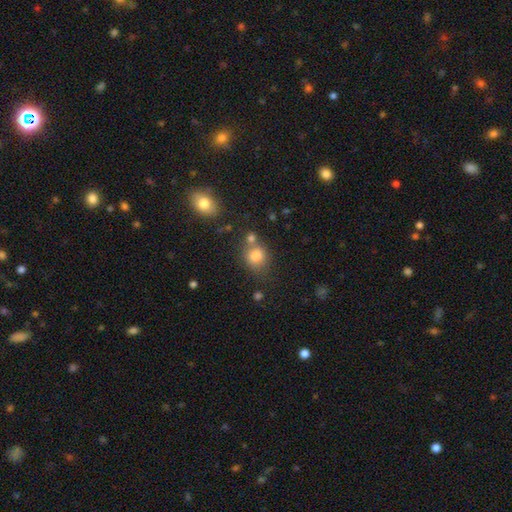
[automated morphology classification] A smooth galaxy with no disk features (79%) that is round (66%).

Vote fractions:
- Smooth or featured? smooth: 79% / star or artifact: 12% / featured or disk: 9%
- How rounded? round: 66% / in between: 33% / cigar-shaped: 1%
- Merging? none: 53% / merger: 25% / minor disturbance: 16% / major disturbance: 6%